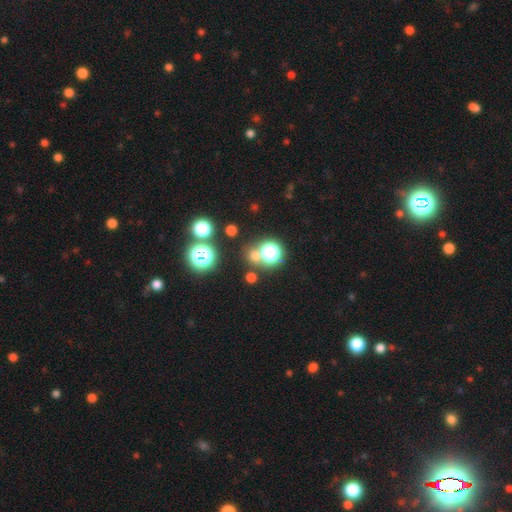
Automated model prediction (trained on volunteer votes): This appears to be a smooth galaxy with no disk features (56%) that is round (86%). Merging: none (70%).